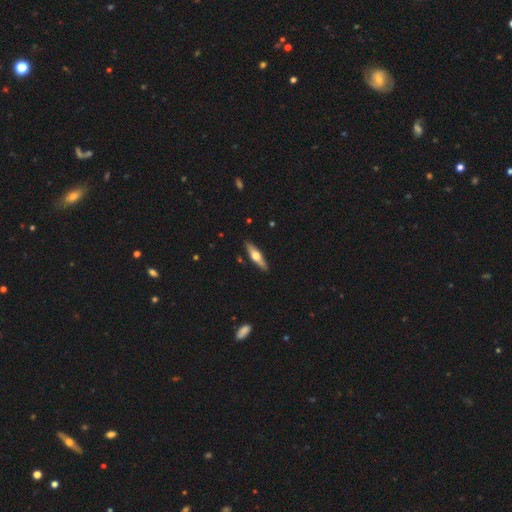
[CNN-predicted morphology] Smooth or featured?
  - featured or disk: 59% *
  - smooth: 35%
  - star or artifact: 5%
Edge-on disk?
  - yes: 94% *
  - no: 6%
Edge-on bulge?
  - rounded: 94% *
  - boxy: 4%
  - none: 2%
Merging?
  - none: 90% *
  - minor disturbance: 8%
  - major disturbance: 2%
  - merger: 1%